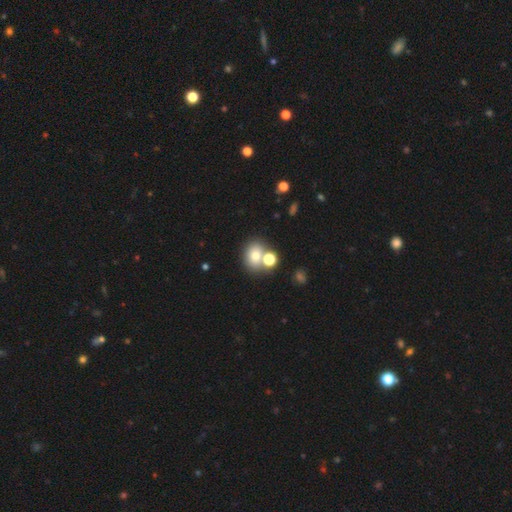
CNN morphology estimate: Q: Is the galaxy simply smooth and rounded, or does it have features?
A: smooth — 72%.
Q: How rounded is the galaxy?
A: round — 60%.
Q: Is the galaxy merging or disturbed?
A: none — 54%.